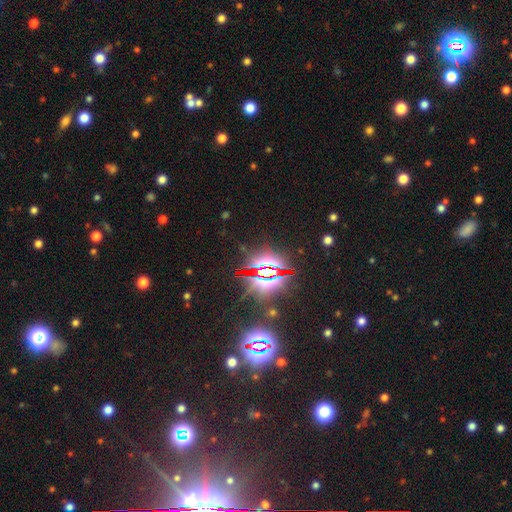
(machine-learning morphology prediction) Smooth or featured?
  - star or artifact: 84% *
  - smooth: 9%
  - featured or disk: 7%